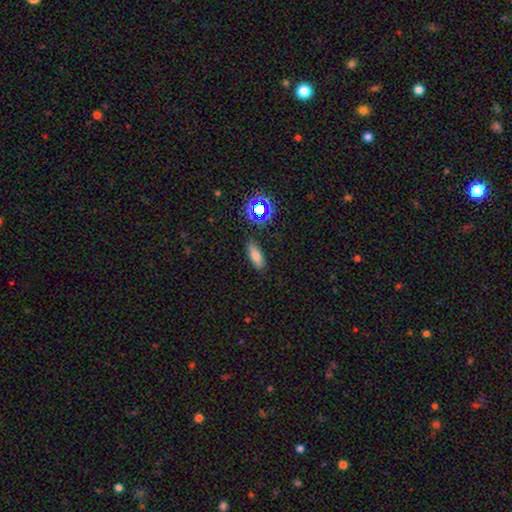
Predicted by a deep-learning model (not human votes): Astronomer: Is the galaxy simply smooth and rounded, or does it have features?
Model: smooth — 74%.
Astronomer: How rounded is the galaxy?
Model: in between — 64%.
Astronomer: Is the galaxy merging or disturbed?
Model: none — 84%.